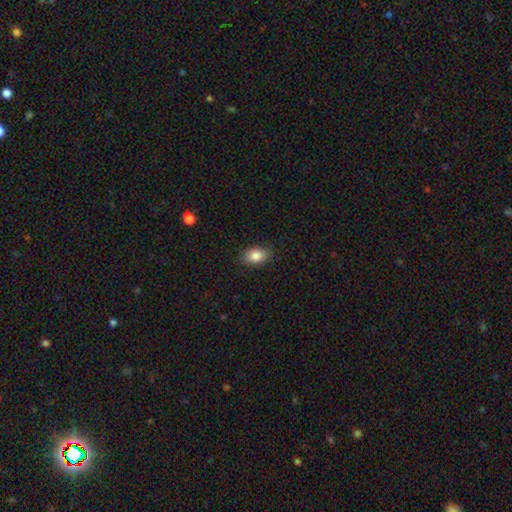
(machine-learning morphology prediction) smooth-or-featured: smooth: 85% | star or artifact: 9% | featured or disk: 6%
  how-rounded: in between: 80% | round: 19% | cigar-shaped: 1%
  merging: none: 87% | minor disturbance: 10% | major disturbance: 2% | merger: 1%